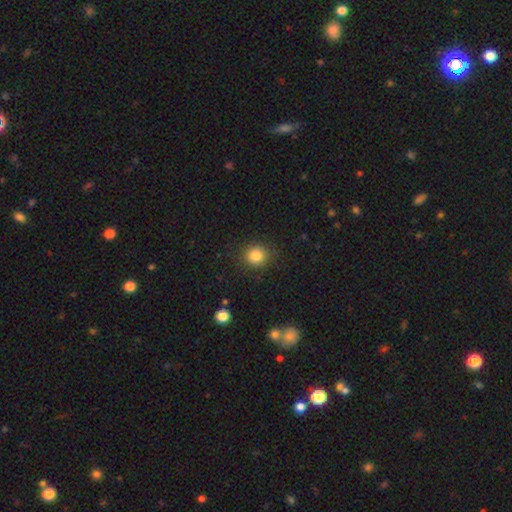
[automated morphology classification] Smooth or featured? smooth (83%)
How rounded? round (86%)
Merging? none (88%)